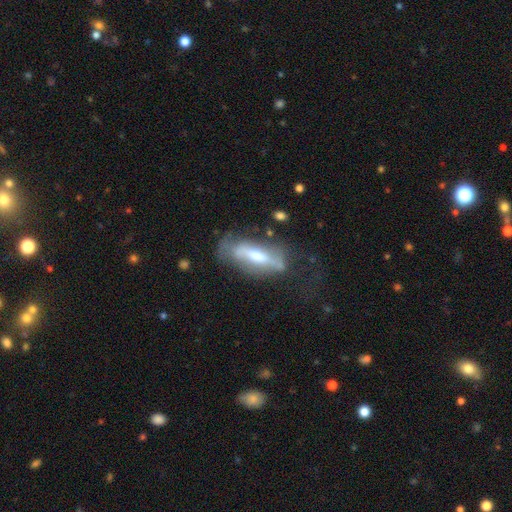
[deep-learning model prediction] Smooth or featured: featured or disk — 58% (smooth — 35%)
Edge-on disk: no — 61% (yes — 39%)
Merging: none — 49% (minor disturbance — 26%)